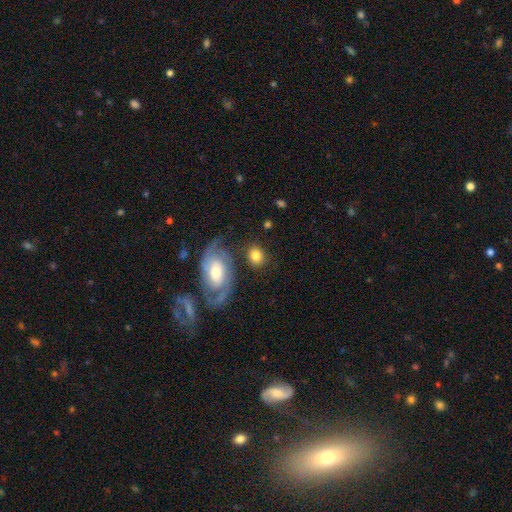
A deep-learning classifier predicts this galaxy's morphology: Q: Smooth or featured?
A: smooth (74%); runner-up: featured or disk (19%)
Q: How rounded?
A: round (63%); runner-up: in between (36%)
Q: Merging?
A: none (73%); runner-up: minor disturbance (12%)